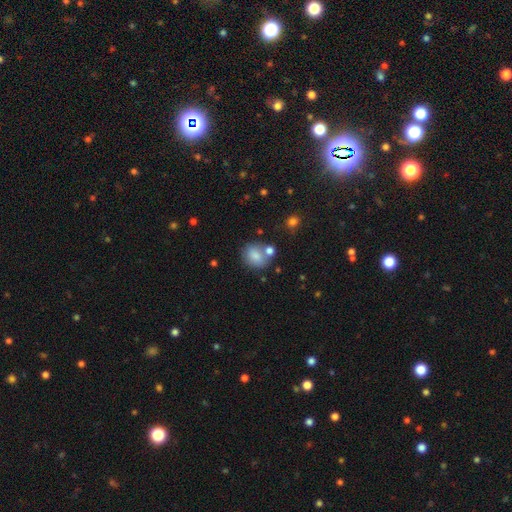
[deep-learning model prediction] This appears to be a smooth galaxy with no disk features (80%) that is round (58%). Merging: none (62%).